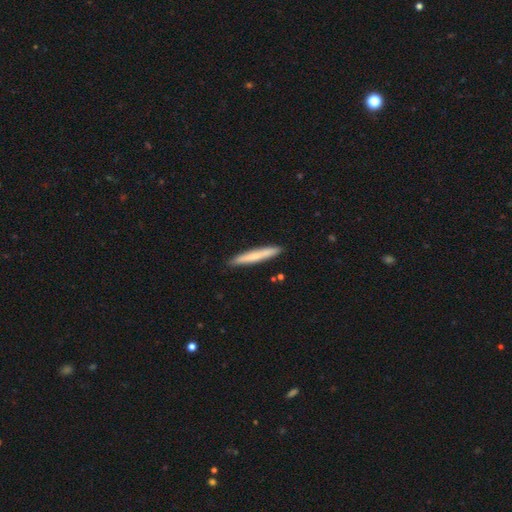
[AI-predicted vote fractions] Smooth or featured?
  - smooth: 70% *
  - featured or disk: 25%
  - star or artifact: 5%
How rounded?
  - cigar-shaped: 96% *
  - in between: 3%
  - round: 1%
Merging?
  - none: 90% *
  - minor disturbance: 7%
  - merger: 1%
  - major disturbance: 1%